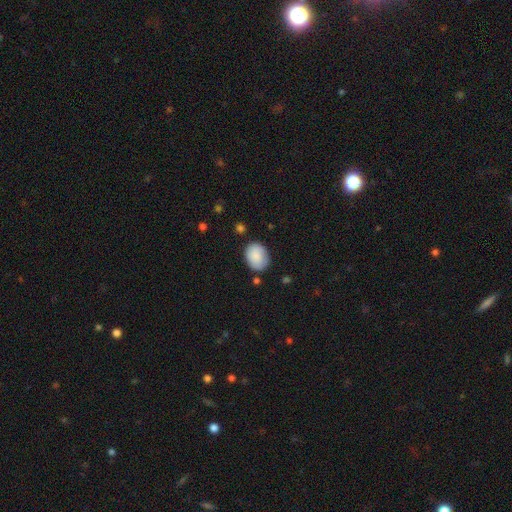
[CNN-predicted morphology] smooth-or-featured: smooth: 86% | featured or disk: 7% | star or artifact: 6%
  how-rounded: in between: 69% | round: 30% | cigar-shaped: 1%
  merging: none: 75% | minor disturbance: 18% | major disturbance: 4% | merger: 3%